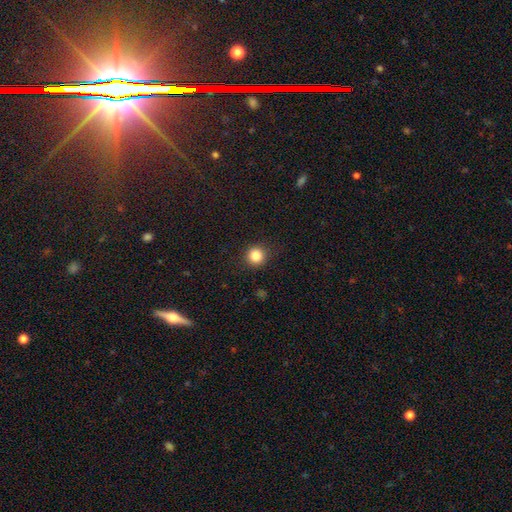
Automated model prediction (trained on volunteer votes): Overall: smooth (84%). How rounded: round (93%). Merging: none (90%).